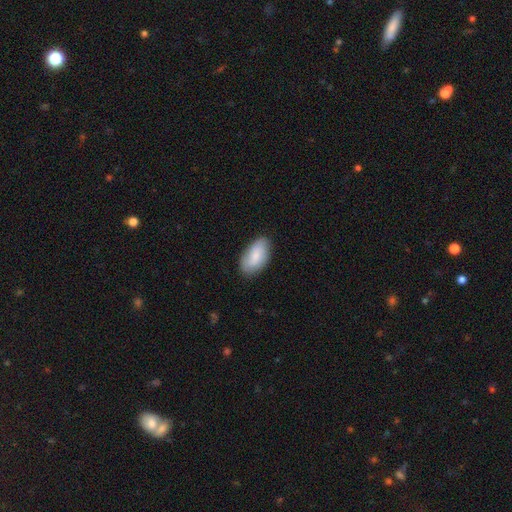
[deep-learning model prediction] A smooth galaxy with no disk features (80%) that is in between round and cigar-shaped (94%). Merging: none (82%).